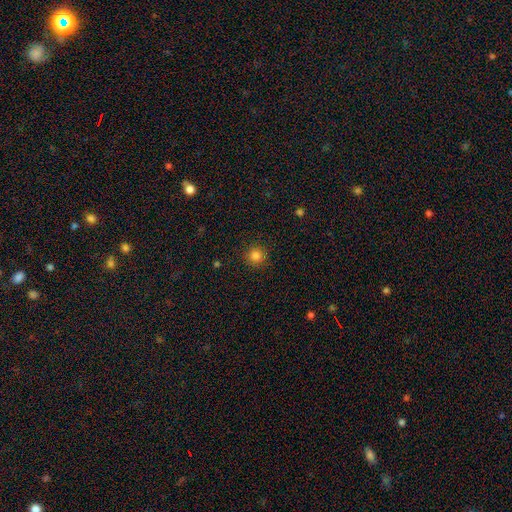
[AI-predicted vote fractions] Smooth or featured? Predicted: smooth (p=0.83). How rounded? Predicted: round (p=0.94). Merging? Predicted: none (p=0.90).